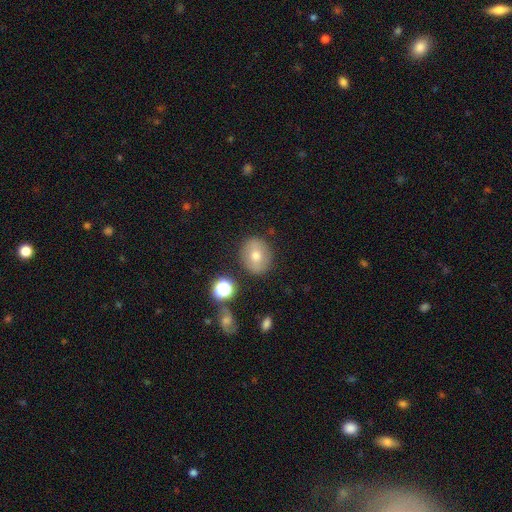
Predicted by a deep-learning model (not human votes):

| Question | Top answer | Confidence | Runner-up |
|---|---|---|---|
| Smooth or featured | smooth | 68% | featured or disk (22%) |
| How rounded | round | 71% | in between (28%) |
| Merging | none | 85% | minor disturbance (10%) |